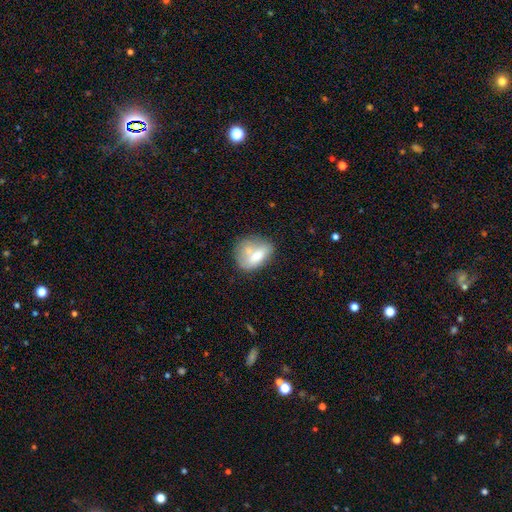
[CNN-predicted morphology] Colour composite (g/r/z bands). It shows a smooth galaxy with no disk features (64%) that is in between round and cigar-shaped (64%). Merging: none (38%).